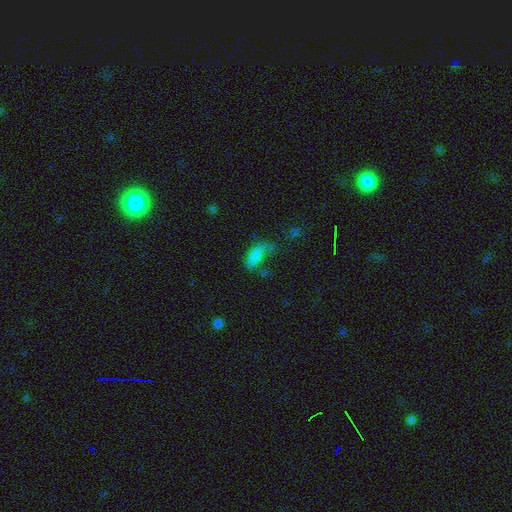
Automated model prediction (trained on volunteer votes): Smooth or featured? smooth (77%)
How rounded? in between (84%)
Merging? none (35%)